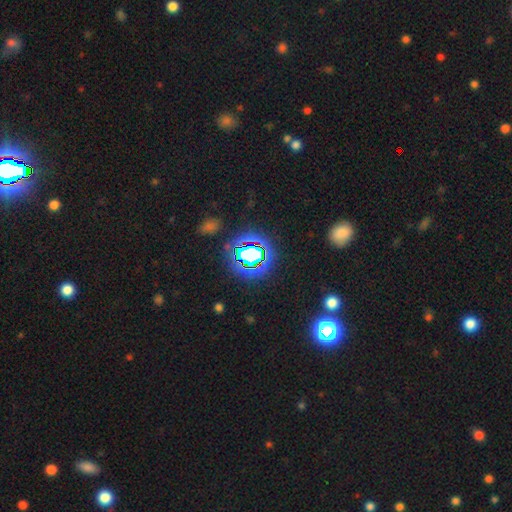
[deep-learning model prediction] smooth_or_featured: star or artifact (p=0.78) [alt: smooth p=0.14]